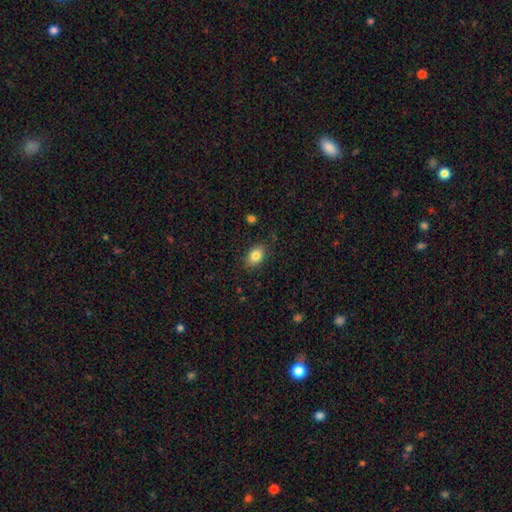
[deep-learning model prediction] smooth_or_featured: smooth (p=0.84) [alt: star or artifact p=0.09]
how_rounded: in between (p=0.78) [alt: round p=0.20]
merging: none (p=0.83) [alt: minor disturbance p=0.12]